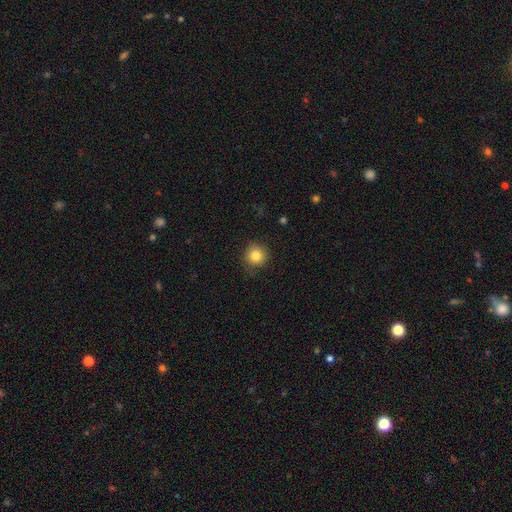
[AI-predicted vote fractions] smooth_or_featured: smooth (p=0.83) [alt: star or artifact p=0.11]
how_rounded: round (p=0.92) [alt: in between p=0.07]
merging: none (p=0.81) [alt: minor disturbance p=0.14]